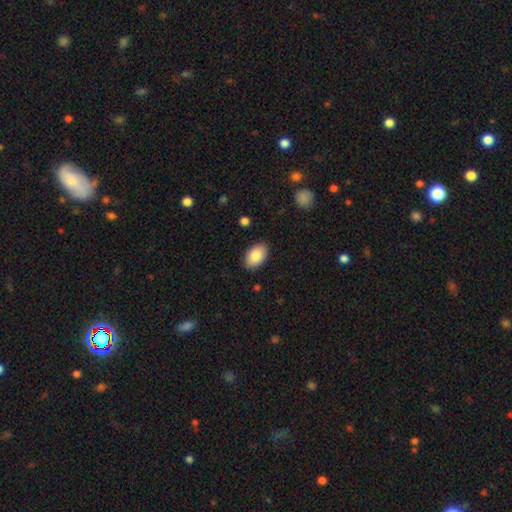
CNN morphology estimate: Smooth or featured? Predicted: smooth (p=0.86). How rounded? Predicted: in between (p=0.91). Merging? Predicted: none (p=0.87).